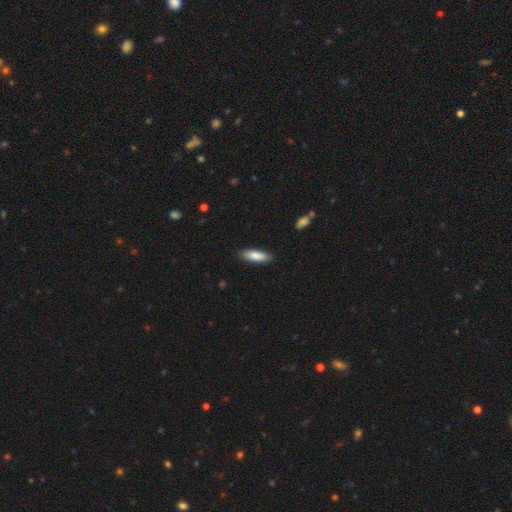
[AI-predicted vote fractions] A smooth galaxy with no disk features (85%) that is in between round and cigar-shaped (52%). Merging: none (86%).